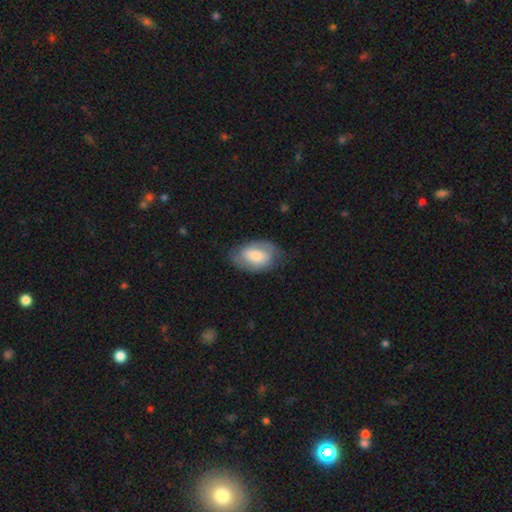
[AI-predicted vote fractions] smooth-or-featured: smooth: 53% | featured or disk: 41% | star or artifact: 6%
  how-rounded: in between: 88% | round: 10% | cigar-shaped: 2%
  merging: none: 70% | minor disturbance: 21% | major disturbance: 8% | merger: 1%